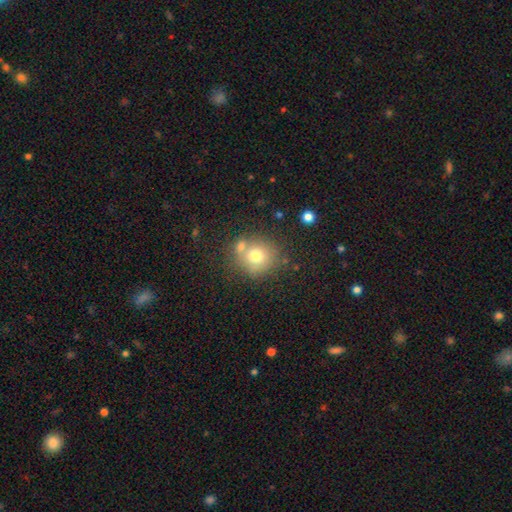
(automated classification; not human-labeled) A smooth galaxy with no disk features (72%) that is round (86%). Merging: none (58%).